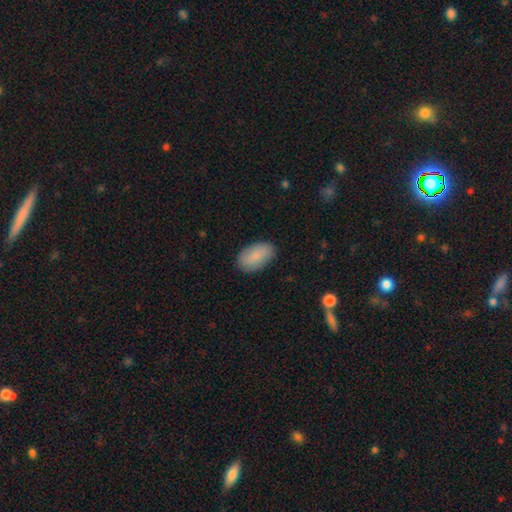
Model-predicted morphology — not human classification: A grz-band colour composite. It shows a smooth galaxy with no disk features (86%) that is in between round and cigar-shaped (94%). Merging: none (85%).